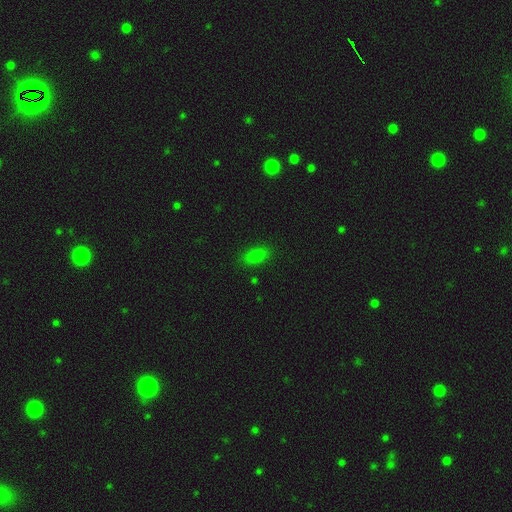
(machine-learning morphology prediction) smooth 82%, star or artifact 13%, featured or disk 5%. Down the decision tree: how rounded — in between (87%); merging — none (84%).